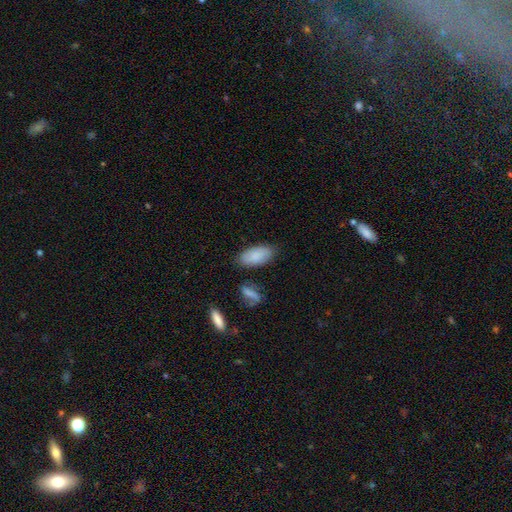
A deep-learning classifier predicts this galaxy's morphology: smooth 85%, featured or disk 9%, star or artifact 6%. Down the decision tree: how rounded — in between (90%); merging — none (77%).